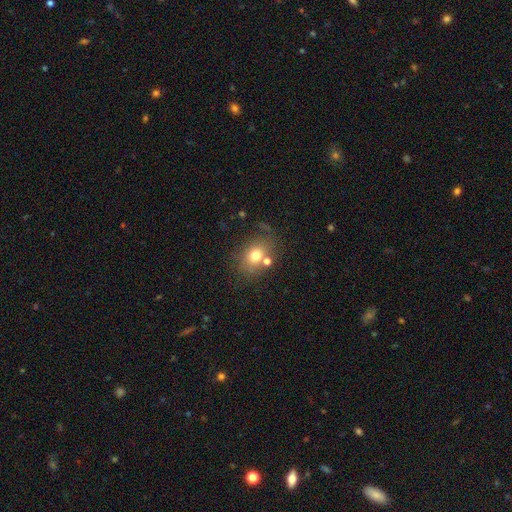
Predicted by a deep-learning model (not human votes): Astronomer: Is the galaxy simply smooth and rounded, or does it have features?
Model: smooth — 71%.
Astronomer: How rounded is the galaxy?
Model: in between — 51% (runner-up: round, 48%).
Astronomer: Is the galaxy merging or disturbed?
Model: none — 63%.